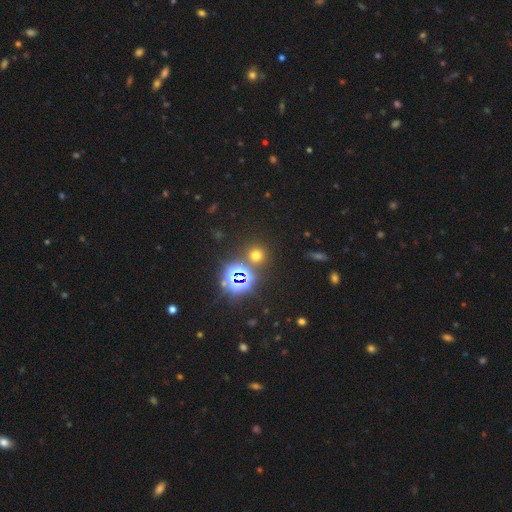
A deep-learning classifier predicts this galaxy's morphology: Overall: smooth (58%; star or artifact 35%). How rounded: round (90%). Merging: none (83%).